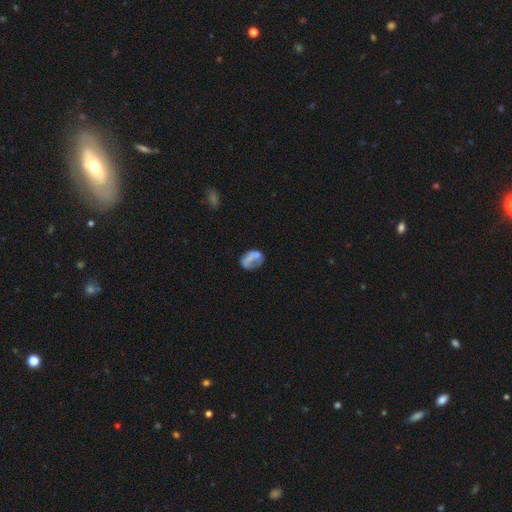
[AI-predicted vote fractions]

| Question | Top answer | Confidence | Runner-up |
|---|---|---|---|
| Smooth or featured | smooth | 58% | featured or disk (31%) |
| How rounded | in between | 69% | round (29%) |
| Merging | none | 39% | major disturbance (28%) |